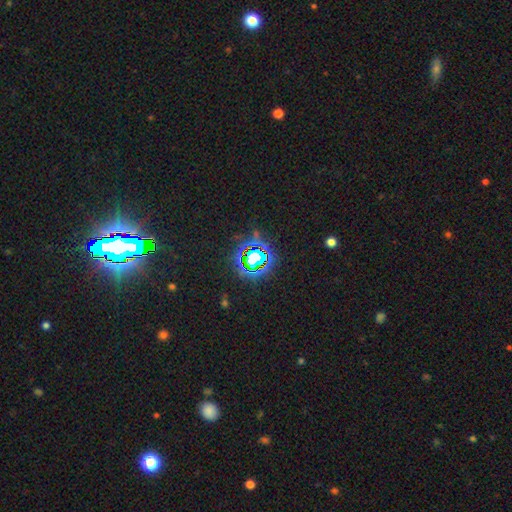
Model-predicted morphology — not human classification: Smooth or featured? Predicted: star or artifact (p=0.75).